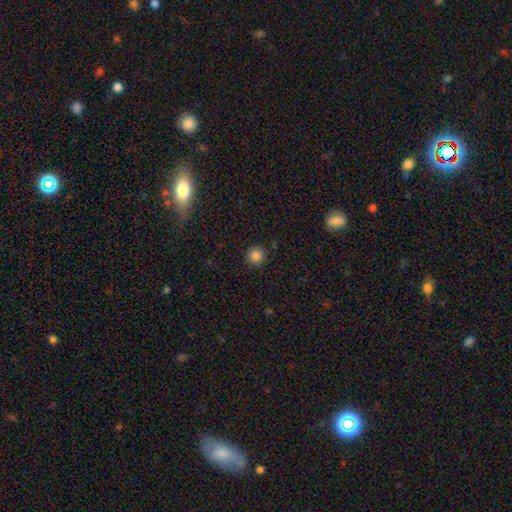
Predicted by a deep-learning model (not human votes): A smooth galaxy with no disk features (84%) that is round (95%). Merging: none (91%).